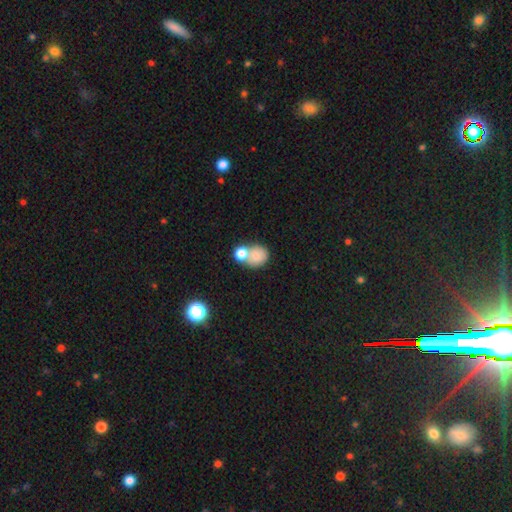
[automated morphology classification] Smooth or featured: smooth — 77% (featured or disk — 14%)
How rounded: round — 71% (in between — 28%)
Merging: merger — 58% (none — 30%)